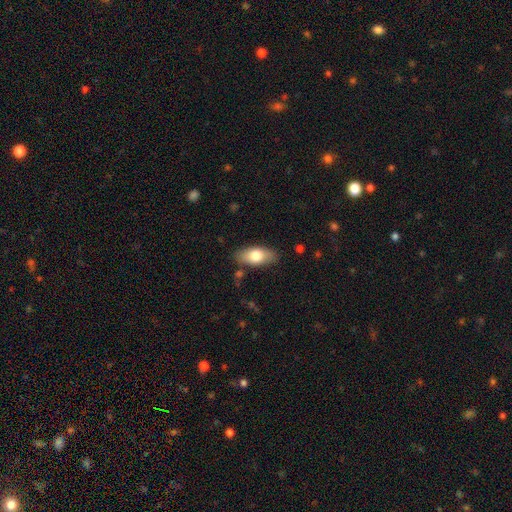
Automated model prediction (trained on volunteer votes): Smooth or featured? smooth (74%)
How rounded? in between (87%)
Merging? none (83%)